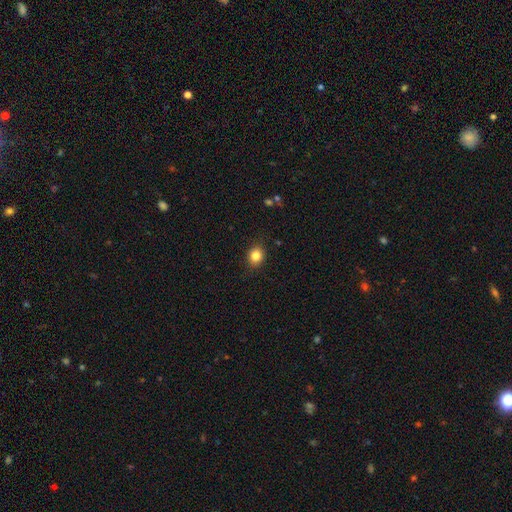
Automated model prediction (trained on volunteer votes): Smooth or featured? Predicted: smooth (p=0.84). How rounded? Predicted: round (p=0.60). Merging? Predicted: none (p=0.86).